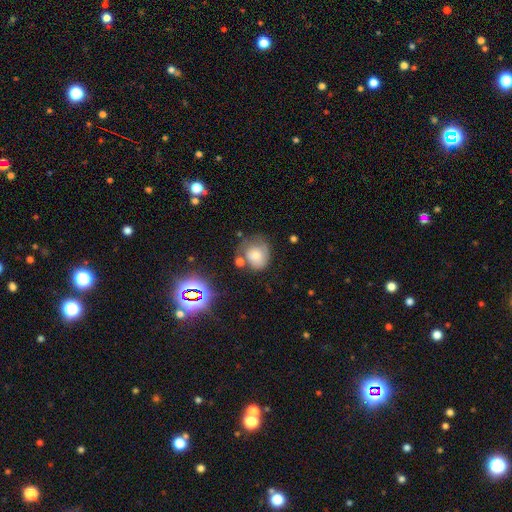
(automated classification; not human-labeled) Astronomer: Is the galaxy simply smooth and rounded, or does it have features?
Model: smooth — 64%.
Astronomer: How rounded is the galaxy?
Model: round — 74%.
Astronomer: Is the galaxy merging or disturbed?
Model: none — 48% (runner-up: minor disturbance, 27%).